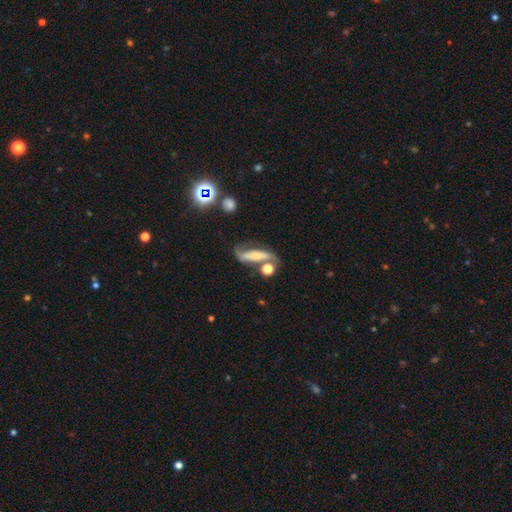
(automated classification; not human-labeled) This appears to be a featured or disk galaxy (66%) with a strong bar (42%), spiral arms (84%) and a small central bulge (42%). Merging: none (49%).